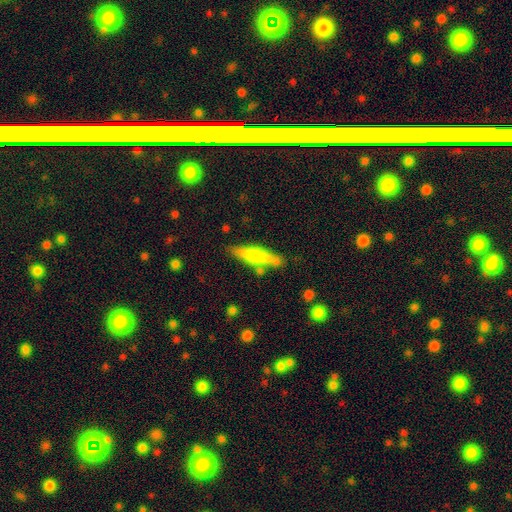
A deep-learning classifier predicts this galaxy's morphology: smooth-or-featured: smooth: 51% | featured or disk: 43% | star or artifact: 6%
  how-rounded: cigar-shaped: 79% | in between: 19% | round: 2%
  merging: none: 78% | minor disturbance: 14% | merger: 6% | major disturbance: 3%